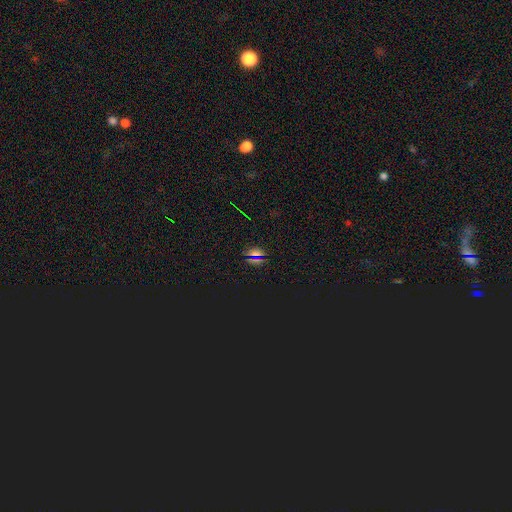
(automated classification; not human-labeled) Smooth or featured? star or artifact (56%)